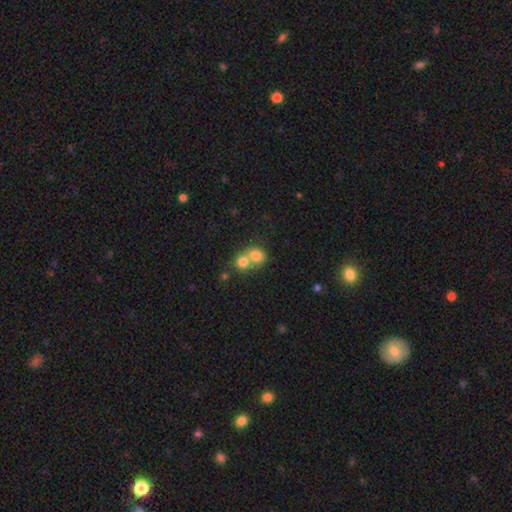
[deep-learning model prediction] smooth 76%, featured or disk 13%, star or artifact 11%. Down the decision tree: how rounded — round (71%); merging — merger (64%).